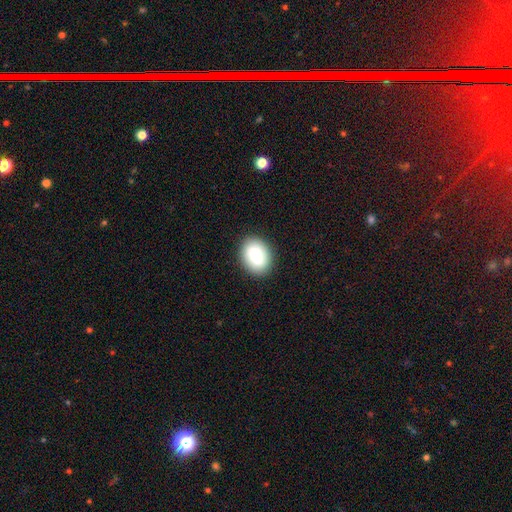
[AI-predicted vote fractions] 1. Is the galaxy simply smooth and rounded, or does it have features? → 72% smooth, 21% featured or disk, 8% star or artifact.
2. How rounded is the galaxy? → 72% in between, 26% round, 1% cigar-shaped.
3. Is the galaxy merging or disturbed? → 87% none, 9% minor disturbance, 3% major disturbance, 1% merger.